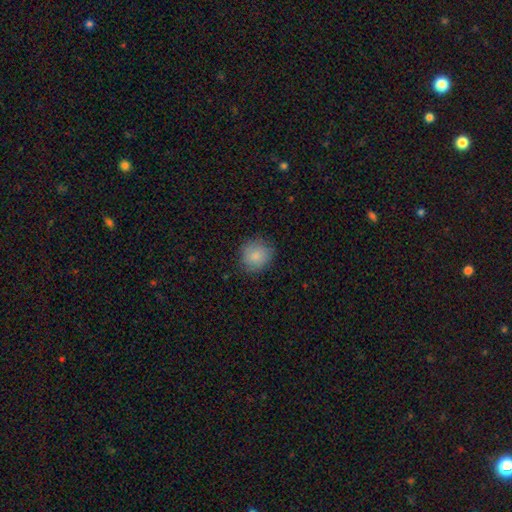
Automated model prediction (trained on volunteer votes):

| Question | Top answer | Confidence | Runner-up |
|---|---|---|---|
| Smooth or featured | smooth | 85% | star or artifact (8%) |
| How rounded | round | 87% | in between (12%) |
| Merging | none | 82% | minor disturbance (14%) |